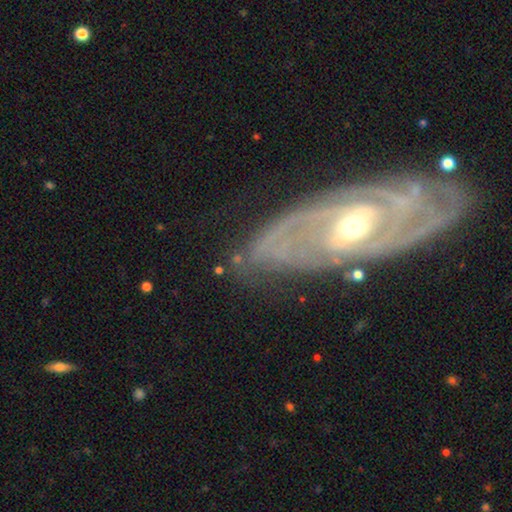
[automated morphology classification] smooth-or-featured: featured or disk: 79% | smooth: 13% | star or artifact: 8%
  disk-edge-on: no: 89% | yes: 11%
    bar: no: 56% | weak: 29% | strong: 16%
    has-spiral-arms: yes: 81% | no: 19%
      spiral-winding: tight: 58% | medium: 29% | loose: 13%
      spiral-arm-count: 2: 40% | can't tell: 33% | 3: 10% | 1: 8% | 4: 5% | more than 4: 5%
    bulge-size: moderate: 63% | small: 29% | large: 5% | none: 2% | dominant: 1%
  merging: none: 63% | minor disturbance: 20% | major disturbance: 14% | merger: 3%